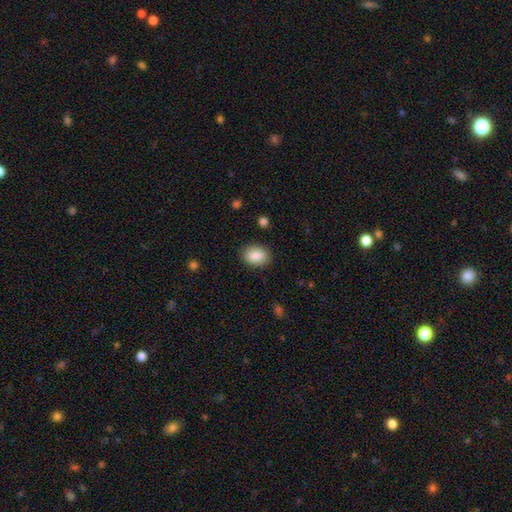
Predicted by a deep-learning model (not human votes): Morphology: type=smooth (88%); roundness=in between (75%); merging=none (86%).